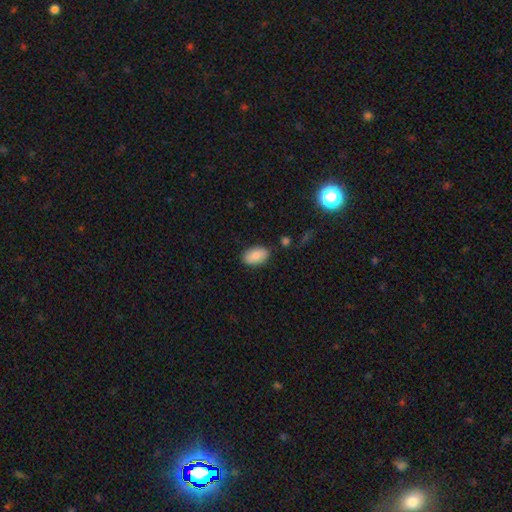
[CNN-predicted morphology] This is clearly a smooth galaxy (84%). How rounded: clearly in between (93%). Merging: clearly none (85%).